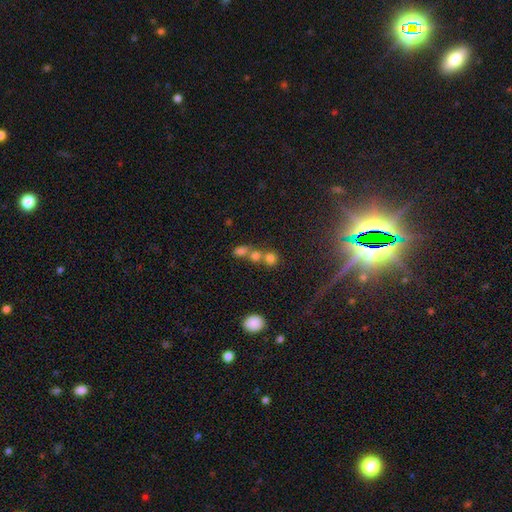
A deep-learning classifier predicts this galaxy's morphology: Smooth or featured?
  - smooth: 65% *
  - star or artifact: 21%
  - featured or disk: 14%
How rounded?
  - round: 72% *
  - in between: 25%
  - cigar-shaped: 2%
Merging?
  - merger: 55% *
  - none: 35%
  - minor disturbance: 6%
  - major disturbance: 4%